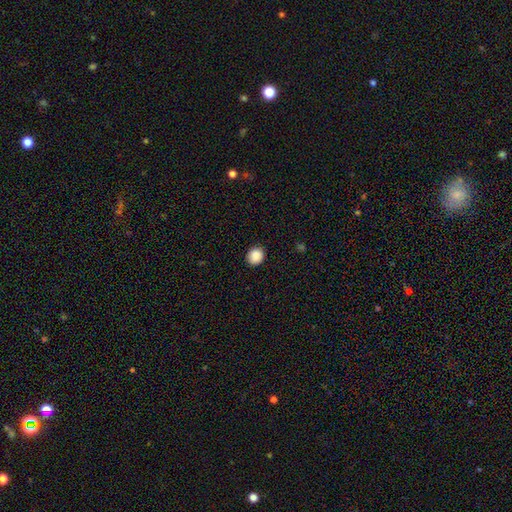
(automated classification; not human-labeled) A smooth galaxy with no disk features (89%) that is round (72%).

Vote fractions:
- Smooth or featured? smooth: 89% / star or artifact: 8% / featured or disk: 2%
- How rounded? round: 72% / in between: 27% / cigar-shaped: 1%
- Merging? none: 91% / minor disturbance: 7% / major disturbance: 2% / merger: 1%